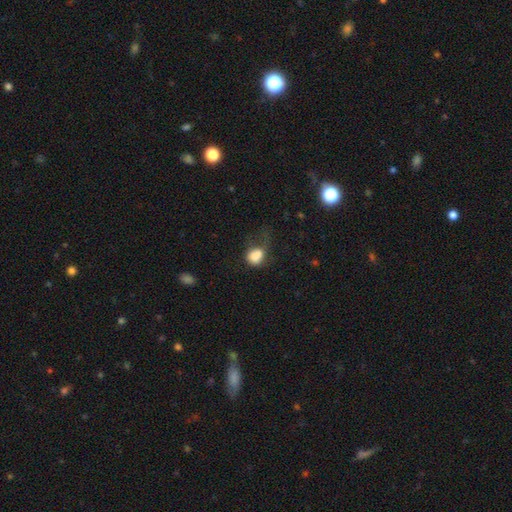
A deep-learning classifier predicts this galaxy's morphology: smooth-or-featured: smooth: 80% | featured or disk: 10% | star or artifact: 10%
  how-rounded: in between: 55% | round: 44% | cigar-shaped: 1%
  merging: major disturbance: 45% | minor disturbance: 25% | none: 23% | merger: 7%